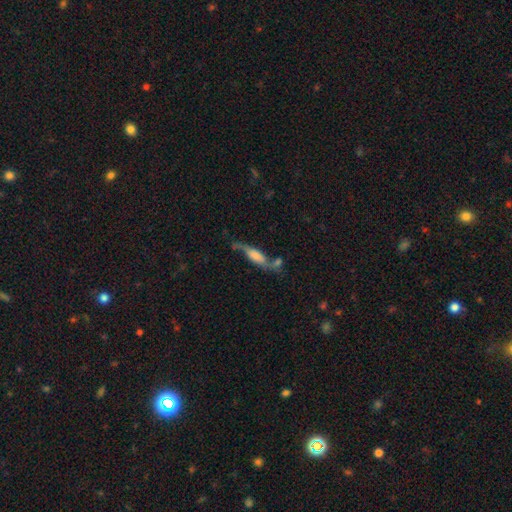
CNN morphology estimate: Smooth or featured? Predicted: featured or disk (p=0.57). Edge-on disk? Predicted: no (p=0.57). Merging? Predicted: none (p=0.42).